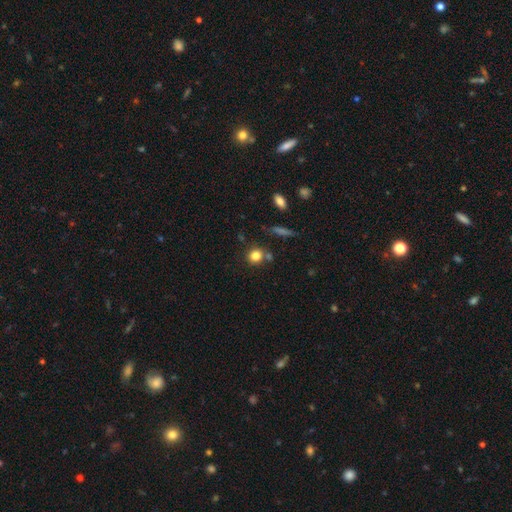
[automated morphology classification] smooth 82%, star or artifact 11%, featured or disk 7%. Down the decision tree: how rounded — round (83%); merging — none (74%).